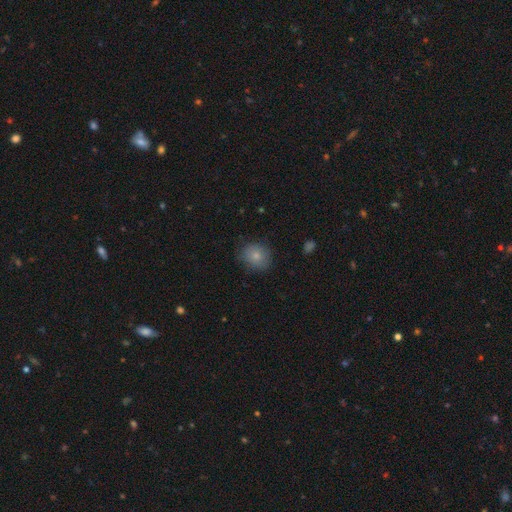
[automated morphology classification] This appears to be a smooth galaxy with no disk features (82%) that is round (74%). Merging: none (78%).